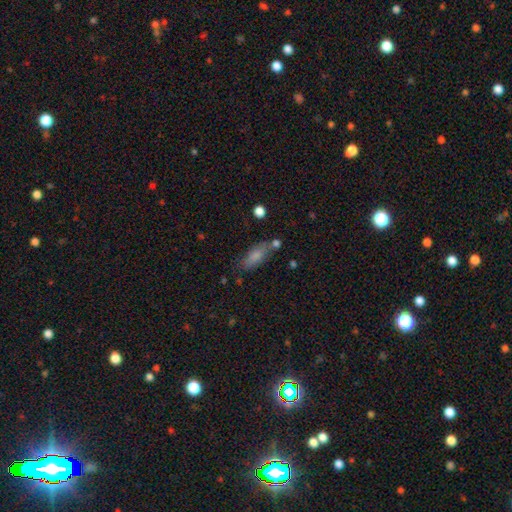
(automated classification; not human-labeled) This is likely a smooth galaxy (79%). How rounded: likely in between (70%). Merging: likely none (64%).